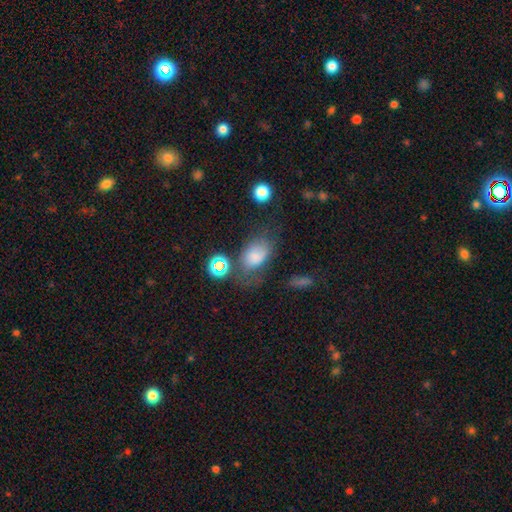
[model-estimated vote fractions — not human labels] Overall: smooth (69%). How rounded: in between (81%). Merging: none (43%; minor disturbance 26%).